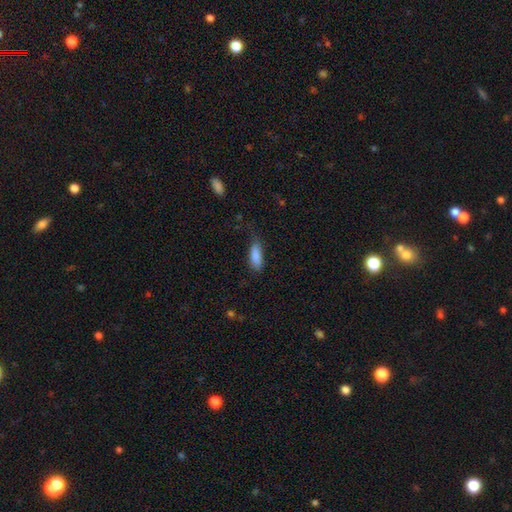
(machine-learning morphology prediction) Smooth or featured? Predicted: smooth (p=0.86). How rounded? Predicted: in between (p=0.67). Merging? Predicted: none (p=0.61).